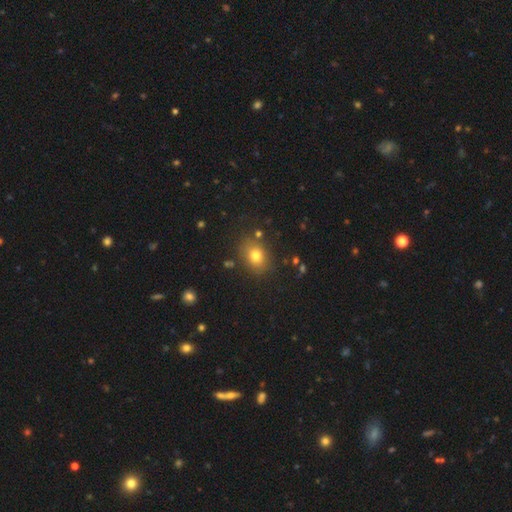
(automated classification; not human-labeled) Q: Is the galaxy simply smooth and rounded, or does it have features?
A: smooth — 76%.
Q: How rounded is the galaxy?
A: in between — 51%.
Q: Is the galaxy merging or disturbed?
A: none — 82%.